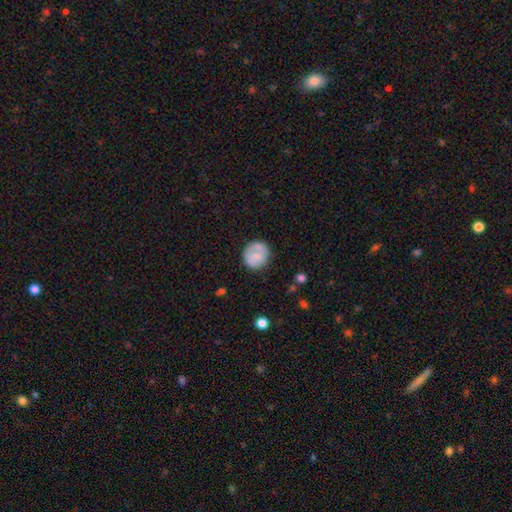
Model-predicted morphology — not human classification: Overall: smooth (69%). How rounded: round (89%). Merging: none (75%).